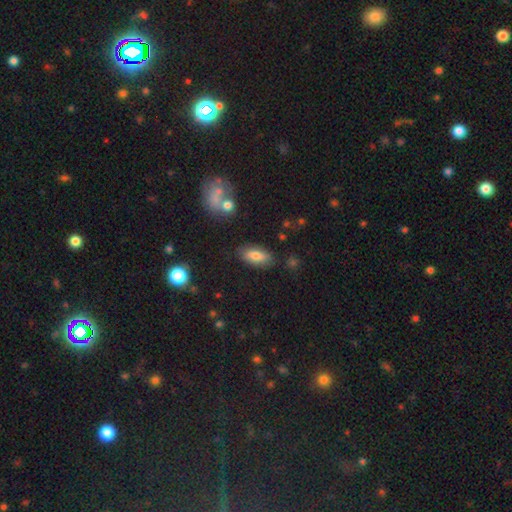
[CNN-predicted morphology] smooth-or-featured: smooth: 77% | featured or disk: 15% | star or artifact: 7%
  how-rounded: in between: 83% | cigar-shaped: 14% | round: 3%
  merging: none: 81% | minor disturbance: 13% | major disturbance: 3% | merger: 3%